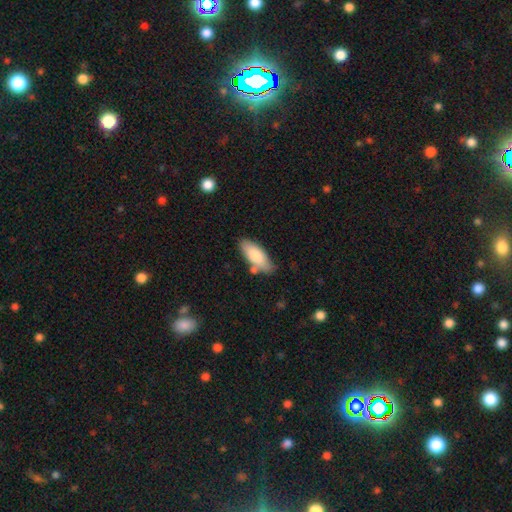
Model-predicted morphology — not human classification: A smooth galaxy with no disk features (81%) that is in between round and cigar-shaped (79%). Merging: none (70%).